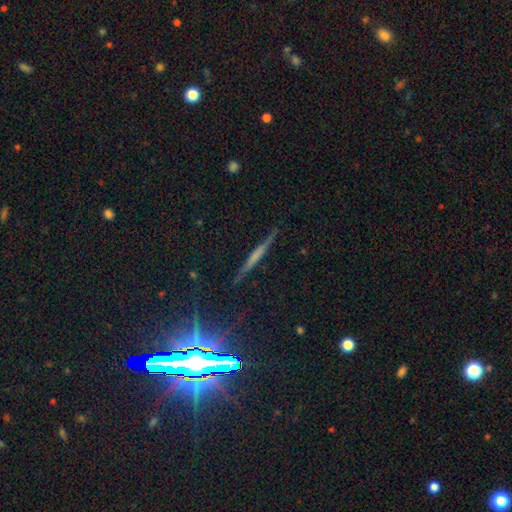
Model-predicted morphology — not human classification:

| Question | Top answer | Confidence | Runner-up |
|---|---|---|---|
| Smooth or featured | featured or disk | 51% | smooth (32%) |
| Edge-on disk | yes | 95% | no (5%) |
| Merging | none | 86% | minor disturbance (10%) |